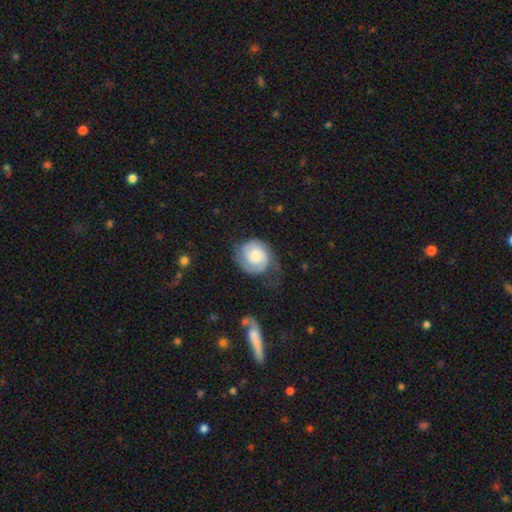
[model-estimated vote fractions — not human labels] Smooth or featured?
  - featured or disk: 68% *
  - smooth: 26%
  - star or artifact: 7%
Edge-on disk?
  - no: 98% *
  - yes: 2%
Bar?
  - no: 70% *
  - weak: 26%
  - strong: 4%
Spiral arms?
  - yes: 93% *
  - no: 7%
Spiral winding?
  - tight: 55% *
  - medium: 34%
  - loose: 11%
Spiral arm count?
  - 2: 72% *
  - can't tell: 12%
  - 1: 8%
  - 3: 4%
  - 4: 2%
  - more than 4: 2%
Bulge size?
  - moderate: 45% *
  - small: 26%
  - large: 20%
  - none: 6%
  - dominant: 3%
Merging?
  - none: 56% *
  - minor disturbance: 26%
  - major disturbance: 17%
  - merger: 2%